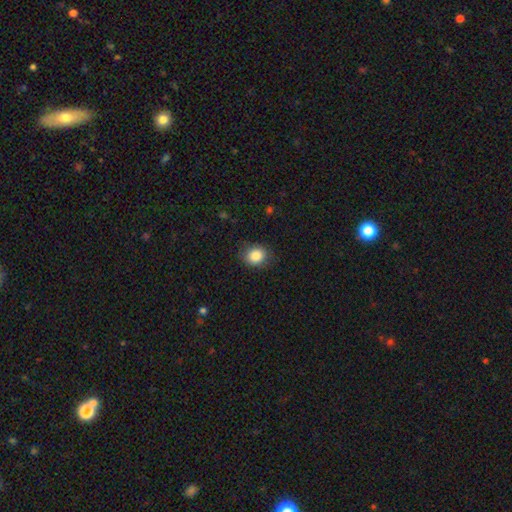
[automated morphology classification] A smooth galaxy with no disk features (86%) that is round (67%).

Vote fractions:
- Smooth or featured? smooth: 86% / star or artifact: 9% / featured or disk: 5%
- How rounded? round: 67% / in between: 32% / cigar-shaped: 1%
- Merging? none: 83% / minor disturbance: 13% / major disturbance: 4% / merger: 1%